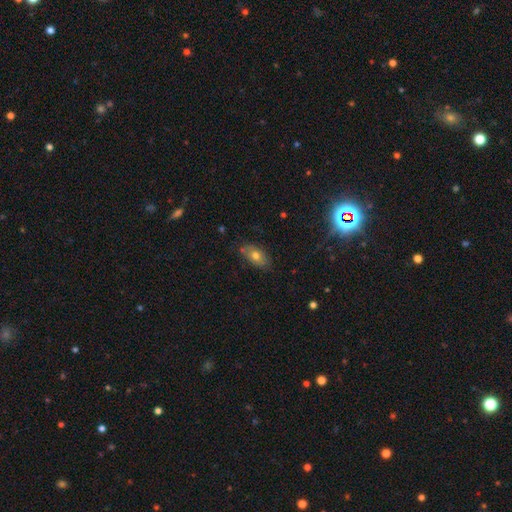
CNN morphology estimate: smooth_or_featured: smooth (p=0.69) [alt: featured or disk p=0.22]
how_rounded: in between (p=0.89) [alt: round p=0.07]
merging: none (p=0.76) [alt: minor disturbance p=0.18]